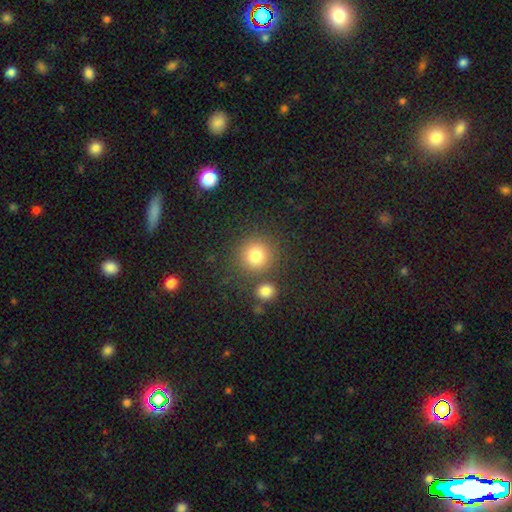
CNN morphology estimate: This is likely a smooth galaxy (79%). How rounded: clearly round (92%). Merging: likely none (79%).